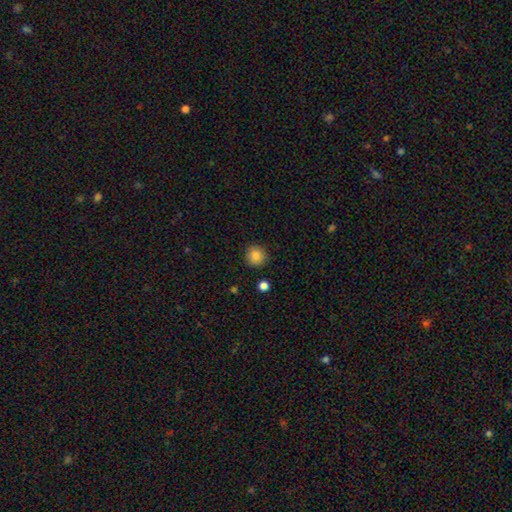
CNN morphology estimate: Smooth or featured?
  - smooth: 86% *
  - star or artifact: 9%
  - featured or disk: 5%
How rounded?
  - round: 92% *
  - in between: 7%
  - cigar-shaped: 1%
Merging?
  - none: 90% *
  - minor disturbance: 6%
  - major disturbance: 2%
  - merger: 2%